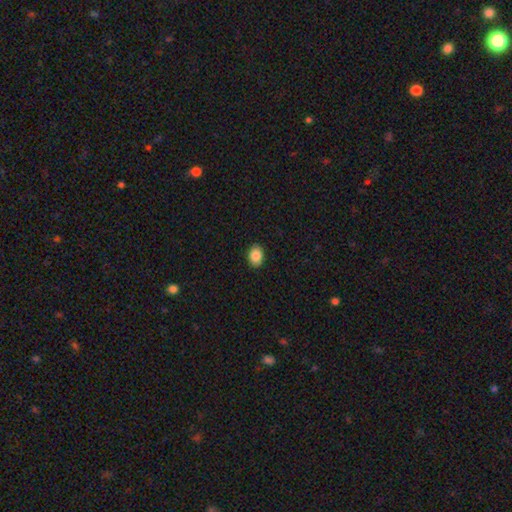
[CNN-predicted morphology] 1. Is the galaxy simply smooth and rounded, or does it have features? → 87% smooth, 8% star or artifact, 6% featured or disk.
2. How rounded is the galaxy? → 78% in between, 21% round, 1% cigar-shaped.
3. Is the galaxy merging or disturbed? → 90% none, 7% minor disturbance, 2% major disturbance, 1% merger.